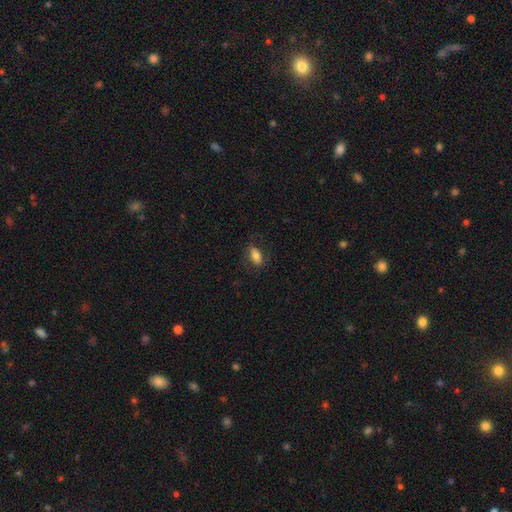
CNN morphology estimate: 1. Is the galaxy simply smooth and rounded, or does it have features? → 69% smooth, 22% featured or disk, 8% star or artifact.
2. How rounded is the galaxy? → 88% in between, 7% round, 5% cigar-shaped.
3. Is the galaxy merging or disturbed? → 72% none, 17% minor disturbance, 10% major disturbance, 1% merger.